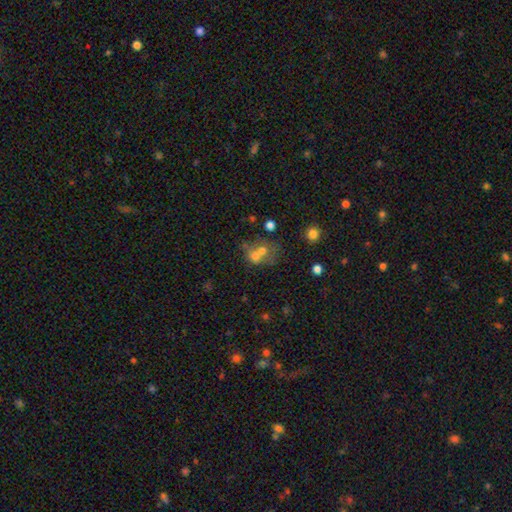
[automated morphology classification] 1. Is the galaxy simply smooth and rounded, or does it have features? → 62% smooth, 23% featured or disk, 15% star or artifact.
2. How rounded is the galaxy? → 65% round, 34% in between, 1% cigar-shaped.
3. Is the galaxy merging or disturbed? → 61% merger, 25% none, 8% minor disturbance, 6% major disturbance.